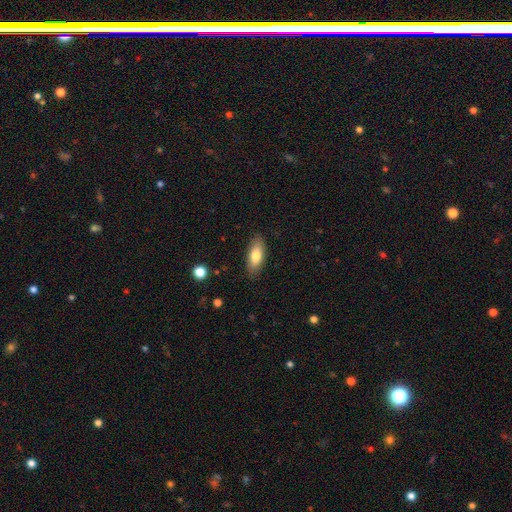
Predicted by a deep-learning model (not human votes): smooth 76%, featured or disk 17%, star or artifact 7%. Down the decision tree: how rounded — in between (72%); merging — none (86%).